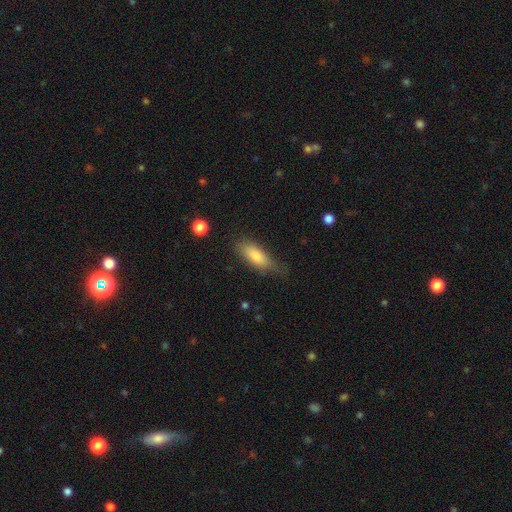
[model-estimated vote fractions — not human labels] Overall: smooth (77%). How rounded: in between (61%; cigar-shaped 37%). Merging: none (65%; minor disturbance 26%).